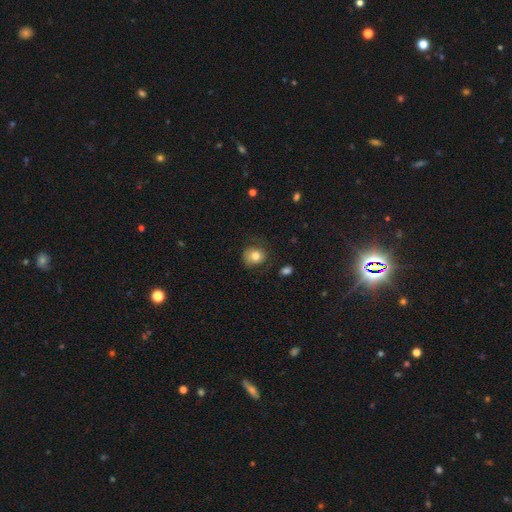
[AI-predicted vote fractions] Smooth or featured? smooth (76%)
How rounded? round (75%)
Merging? none (66%)